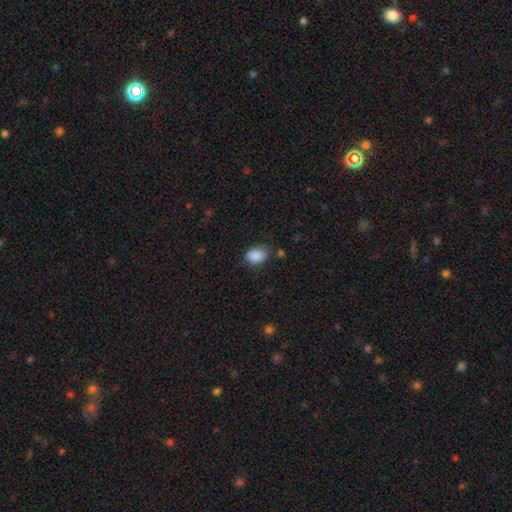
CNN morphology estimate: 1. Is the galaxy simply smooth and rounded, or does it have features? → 88% smooth, 8% star or artifact, 4% featured or disk.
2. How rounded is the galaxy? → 84% in between, 15% round, 1% cigar-shaped.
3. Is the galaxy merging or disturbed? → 75% none, 18% minor disturbance, 4% major disturbance, 3% merger.